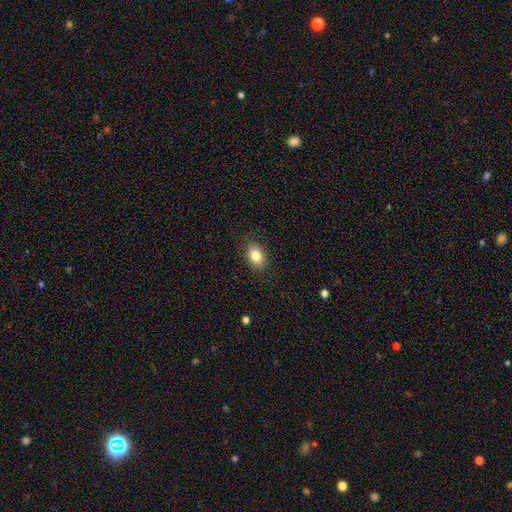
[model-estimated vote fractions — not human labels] Smooth or featured? Predicted: smooth (p=0.82). How rounded? Predicted: in between (p=0.80). Merging? Predicted: none (p=0.85).